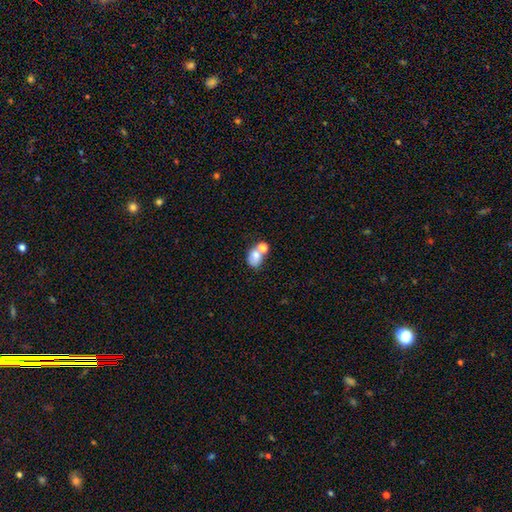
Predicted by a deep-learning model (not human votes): Morphology: type=smooth (73%); roundness=in between (63%); merging=merger (45%).